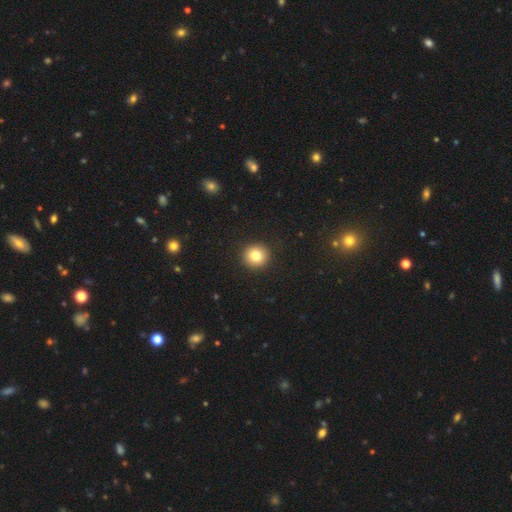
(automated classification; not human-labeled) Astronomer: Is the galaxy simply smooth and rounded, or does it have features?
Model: smooth — 81%.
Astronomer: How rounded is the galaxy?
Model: round — 92%.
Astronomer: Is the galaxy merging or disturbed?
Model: none — 92%.